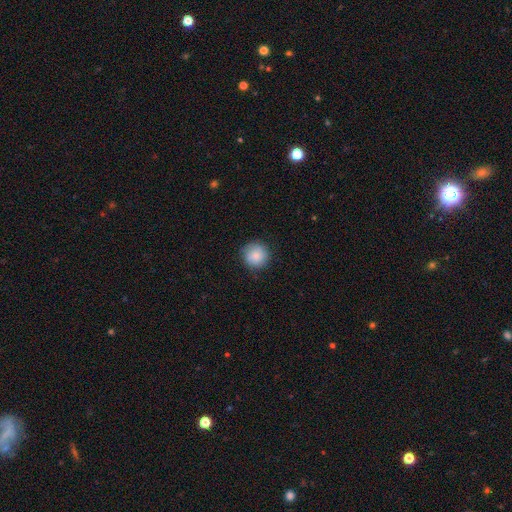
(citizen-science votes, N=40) This appears to be a smooth galaxy with no disk features (85%) that is round (94%). Merging: none (79%).